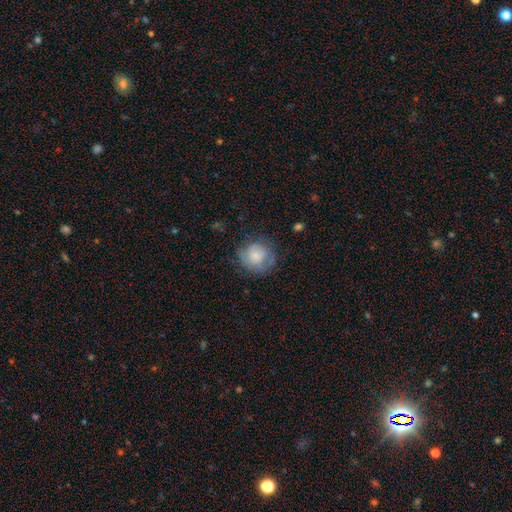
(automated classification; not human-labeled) This is likely a smooth galaxy (74%). How rounded: clearly round (86%). Merging: likely none (67%).